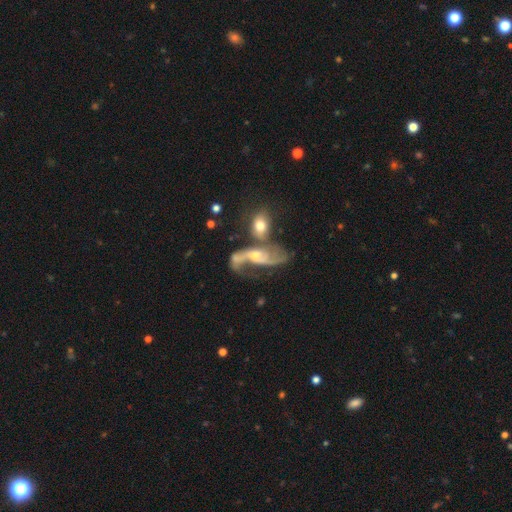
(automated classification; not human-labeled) smooth_or_featured: featured or disk (p=0.79) [alt: smooth p=0.13]
disk_edge_on: no (p=0.92) [alt: yes p=0.08]
bar: no (p=0.50) [alt: weak p=0.37]
has_spiral_arms: yes (p=0.89) [alt: no p=0.11]
spiral_winding: loose (p=0.68) [alt: medium p=0.24]
spiral_arm_count: 2 (p=0.81) [alt: can't tell p=0.07]
bulge_size: moderate (p=0.45) [alt: small p=0.44]
merging: merger (p=0.44) [alt: none p=0.25]